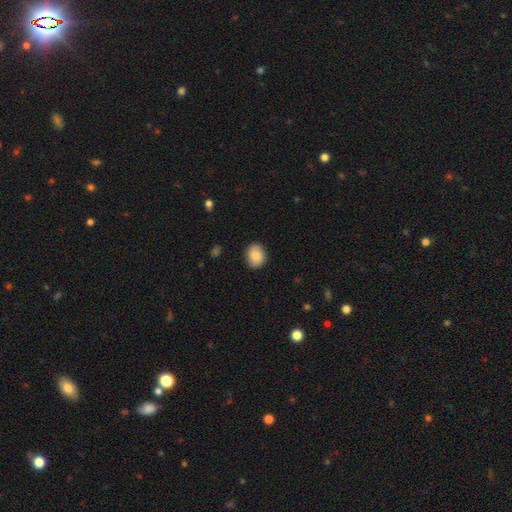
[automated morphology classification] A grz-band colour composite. It shows a smooth galaxy with no disk features (80%) that is round (52%). Merging: none (86%).